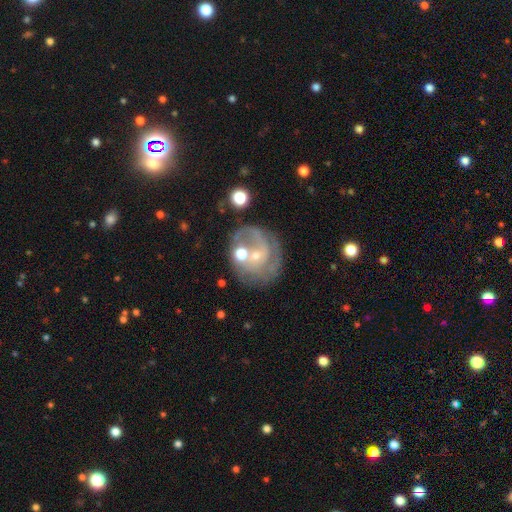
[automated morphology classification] Smooth or featured? featured or disk (76%)
Edge-on disk? no (98%)
Bar? no (62%)
Spiral arms? yes (87%)
Spiral winding? tight (46%)
Spiral arm count? 2 (36%)
Bulge size? small (69%)
Merging? none (57%)